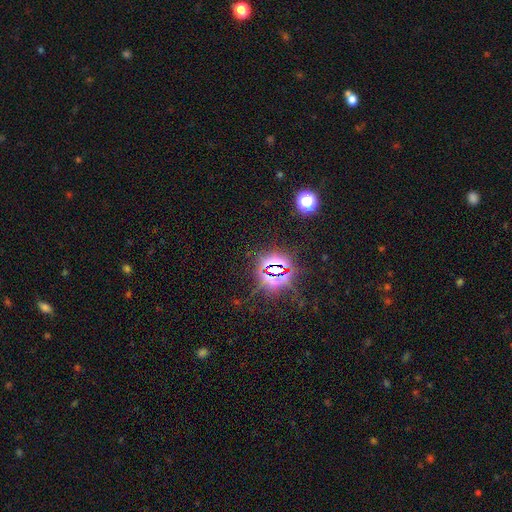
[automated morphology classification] This is clearly a star or artifact rather than a galaxy (80%).